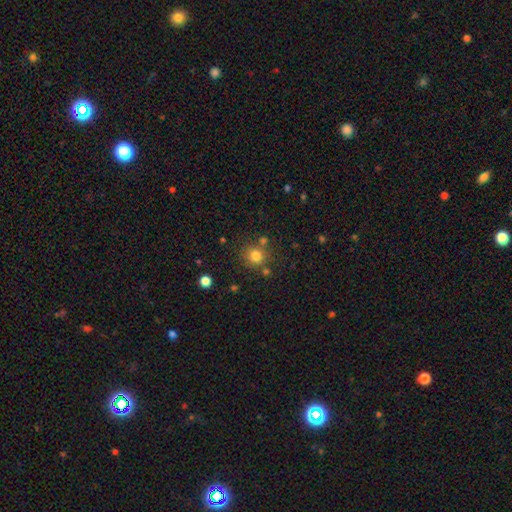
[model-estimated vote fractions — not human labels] Smooth or featured?
  - smooth: 79% *
  - star or artifact: 14%
  - featured or disk: 7%
How rounded?
  - round: 89% *
  - in between: 10%
  - cigar-shaped: 1%
Merging?
  - none: 75% *
  - merger: 11%
  - minor disturbance: 11%
  - major disturbance: 4%